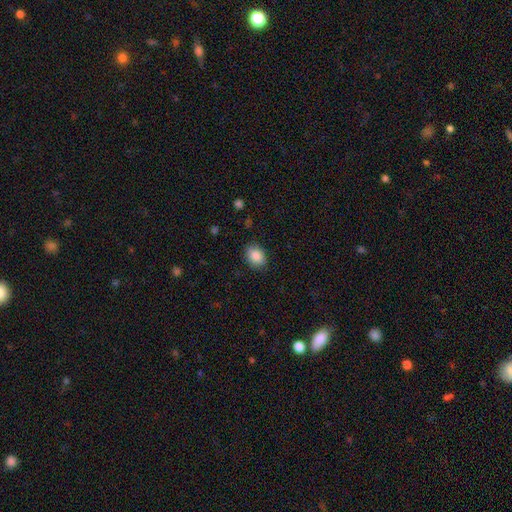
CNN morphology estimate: Smooth or featured? smooth (87%)
How rounded? in between (64%)
Merging? none (87%)